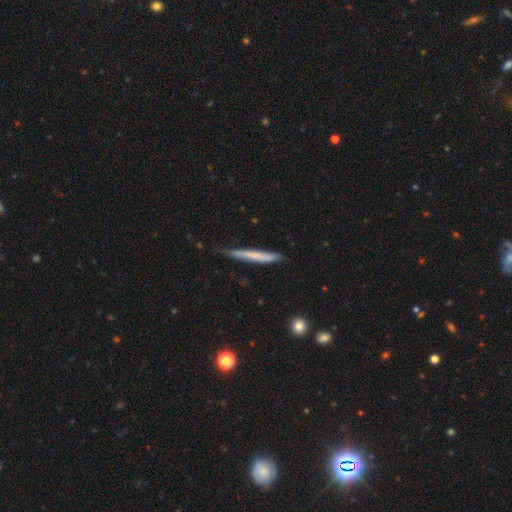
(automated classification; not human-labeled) A smooth galaxy with no disk features (62%) that is cigar-shaped (96%). Merging: none (69%).